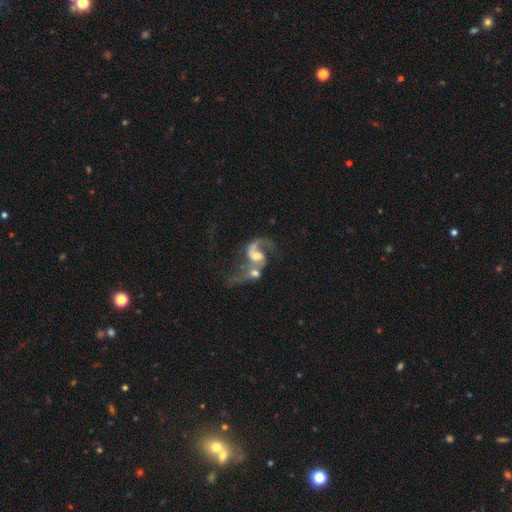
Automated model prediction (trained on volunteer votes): Morphology: type=featured or disk (82%); edge-on=no (97%); bar=no (45%); spiral arms=yes (91%); winding=loose (66%); arm count=2 (75%); bulge=moderate (51%); merging=merger (53%).